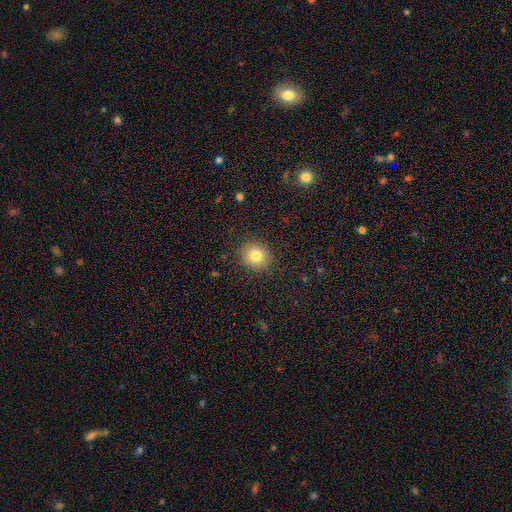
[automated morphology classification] This appears to be a smooth galaxy with no disk features (80%) that is round (82%). Merging: none (89%).